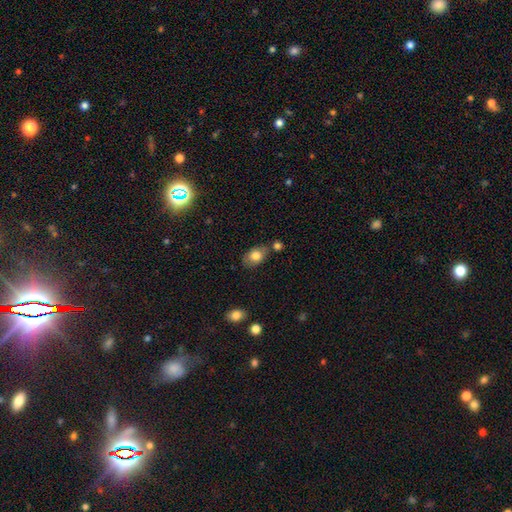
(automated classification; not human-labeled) This is likely a smooth galaxy (77%). How rounded: clearly in between (82%). Merging: likely none (64%).